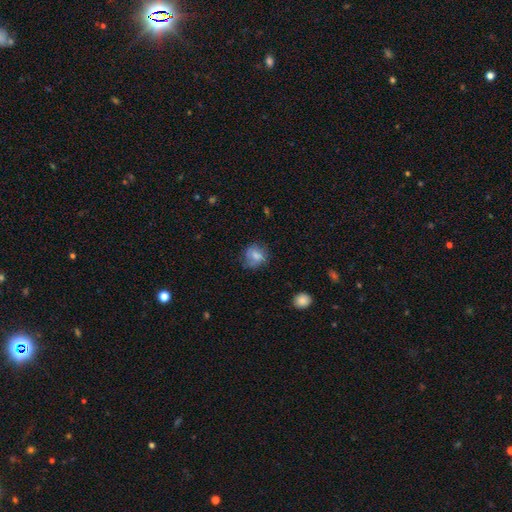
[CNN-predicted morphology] The model was most divided on "merging": none: 62%, minor disturbance: 25%, major disturbance: 10%, merger: 2%. More confident: smooth or featured — smooth (71%); how rounded — round (70%).